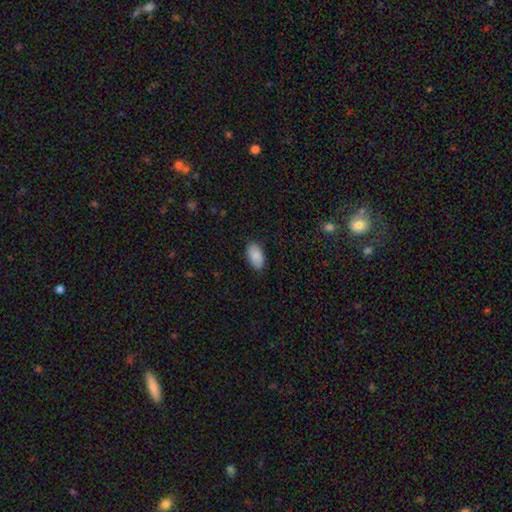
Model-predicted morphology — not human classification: smooth 88%, star or artifact 6%, featured or disk 5%. Down the decision tree: how rounded — in between (95%); merging — none (87%).